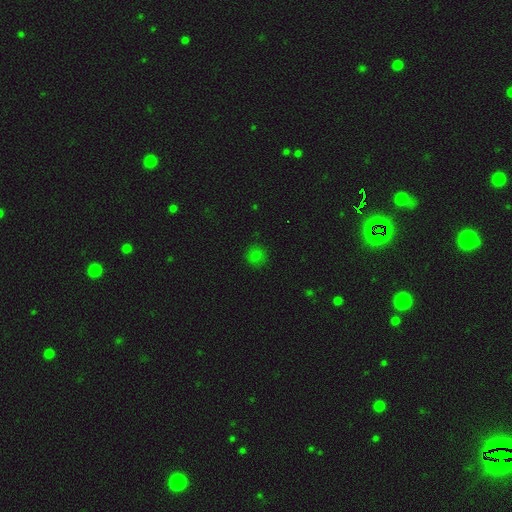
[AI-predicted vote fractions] Q: Smooth or featured?
A: smooth (77%); runner-up: star or artifact (17%)
Q: How rounded?
A: round (88%); runner-up: in between (11%)
Q: Merging?
A: none (86%); runner-up: minor disturbance (10%)